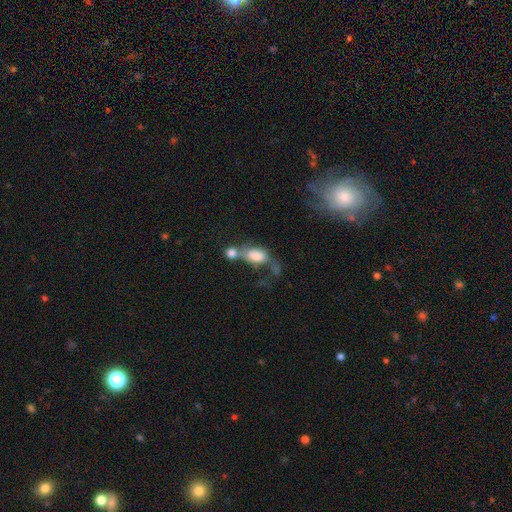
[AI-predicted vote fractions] smooth_or_featured: smooth (p=0.71) [alt: featured or disk p=0.19]
how_rounded: in between (p=0.83) [alt: round p=0.13]
merging: merger (p=0.57) [alt: major disturbance p=0.17]